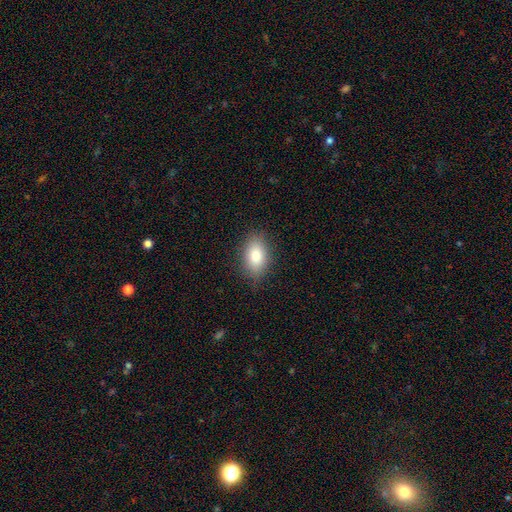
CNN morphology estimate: Overall: smooth (81%). How rounded: in between (86%). Merging: none (85%).